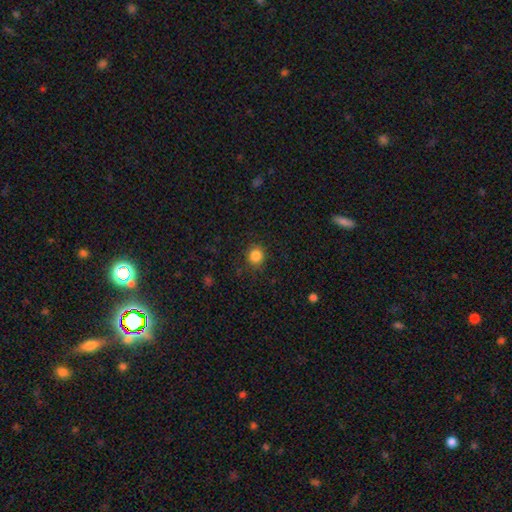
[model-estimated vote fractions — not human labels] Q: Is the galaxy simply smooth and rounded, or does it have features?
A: smooth — 85%.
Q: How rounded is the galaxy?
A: round — 86%.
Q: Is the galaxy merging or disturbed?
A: none — 88%.